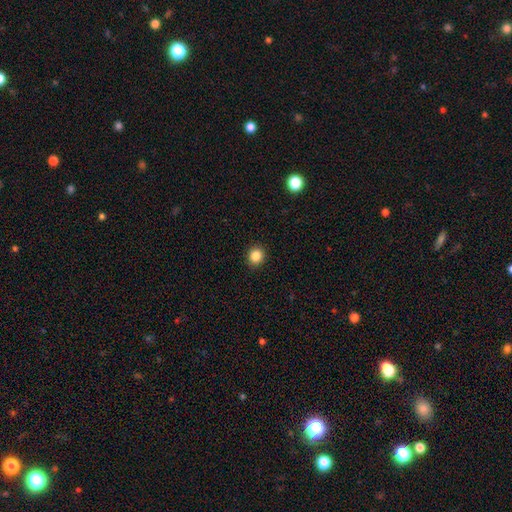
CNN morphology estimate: Smooth or featured? Predicted: smooth (p=0.86). How rounded? Predicted: round (p=0.85). Merging? Predicted: none (p=0.92).